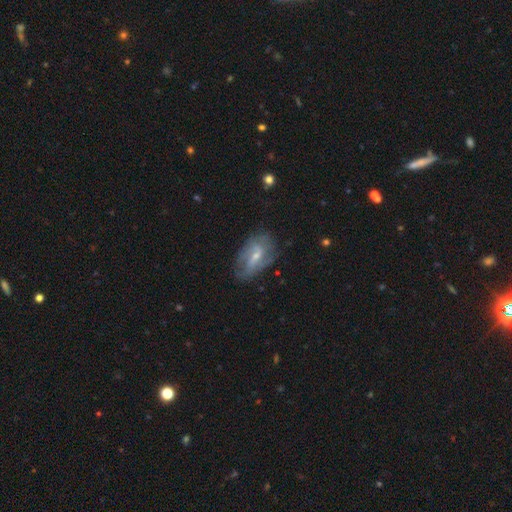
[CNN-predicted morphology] Smooth or featured: featured or disk — 66% (smooth — 25%)
Edge-on disk: no — 93% (yes — 7%)
Bar: weak — 51% (no — 29%)
Spiral arms: yes — 76% (no — 24%)
Bulge size: small — 57% (moderate — 36%)
Merging: none — 68% (minor disturbance — 22%)